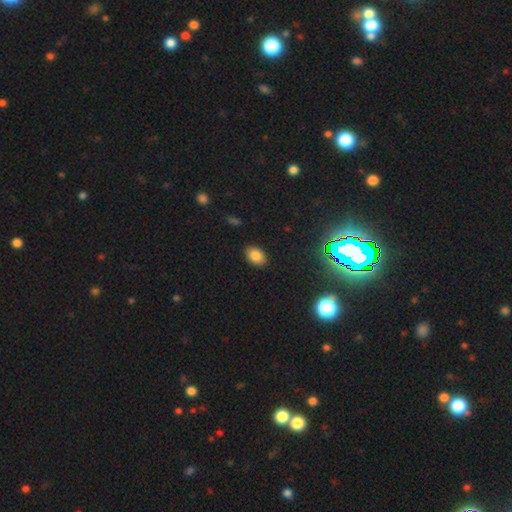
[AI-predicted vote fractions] Smooth or featured: smooth — 82% (star or artifact — 11%)
How rounded: in between — 85% (round — 14%)
Merging: none — 88% (minor disturbance — 9%)